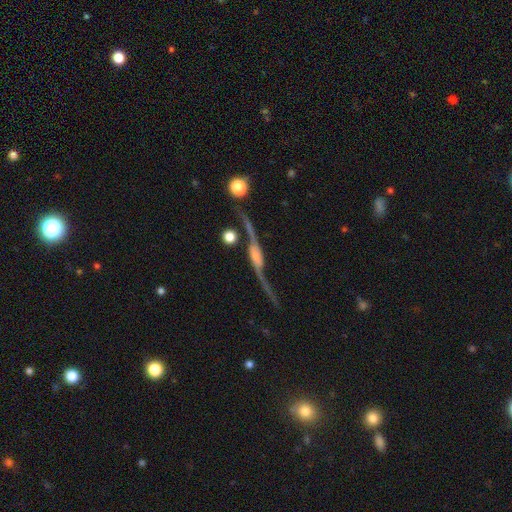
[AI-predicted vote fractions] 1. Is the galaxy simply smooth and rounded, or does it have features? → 86% featured or disk, 8% smooth, 6% star or artifact.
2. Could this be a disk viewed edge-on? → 51% no, 49% yes.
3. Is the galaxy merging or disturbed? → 58% none, 18% minor disturbance, 16% major disturbance, 8% merger.